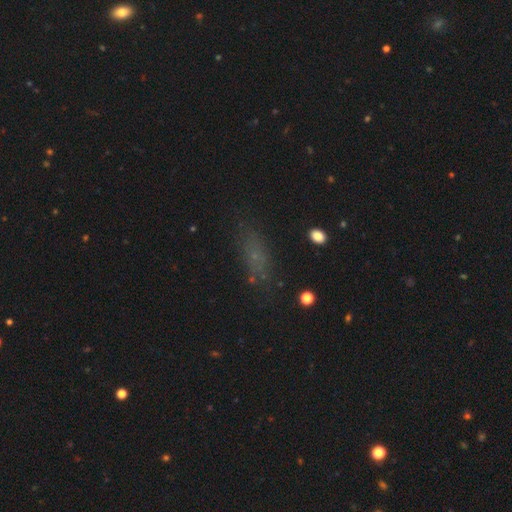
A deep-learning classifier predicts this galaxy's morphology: Smooth or featured? smooth (60%)
How rounded? in between (63%)
Merging? none (70%)